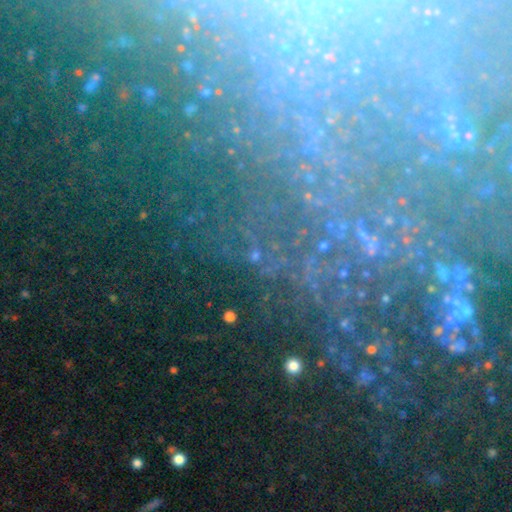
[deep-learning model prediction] Q: Smooth or featured?
A: star or artifact (52%); runner-up: featured or disk (33%)